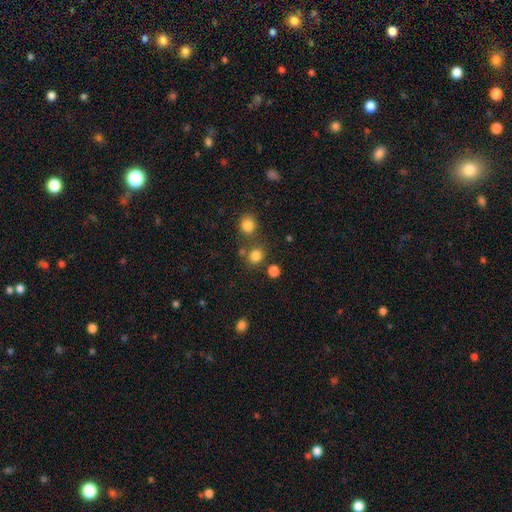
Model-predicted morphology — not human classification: A smooth galaxy with no disk features (80%) that is round (83%). Merging: none (71%).